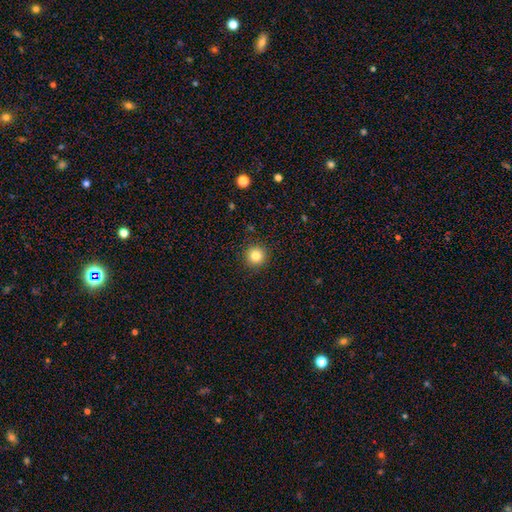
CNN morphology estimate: The model was most divided on "smooth or featured": smooth: 83%, star or artifact: 11%, featured or disk: 6%. More confident: how rounded — round (95%); merging — none (91%).